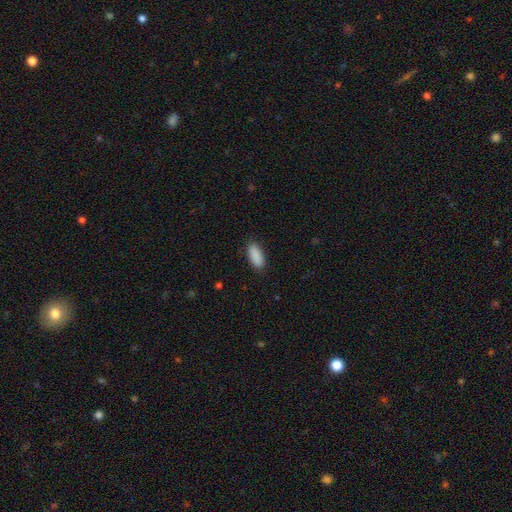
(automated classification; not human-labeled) A smooth galaxy with no disk features (91%) that is in between round and cigar-shaped (82%).

Vote fractions:
- Smooth or featured? smooth: 91% / star or artifact: 6% / featured or disk: 3%
- How rounded? in between: 82% / cigar-shaped: 16% / round: 2%
- Merging? none: 88% / minor disturbance: 9% / major disturbance: 2% / merger: 1%